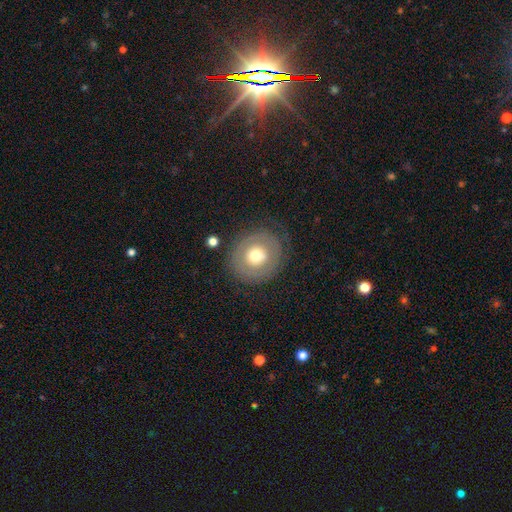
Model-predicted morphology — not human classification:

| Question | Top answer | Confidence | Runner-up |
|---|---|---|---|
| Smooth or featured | smooth | 53% | featured or disk (39%) |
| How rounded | round | 86% | in between (13%) |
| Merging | none | 75% | minor disturbance (14%) |